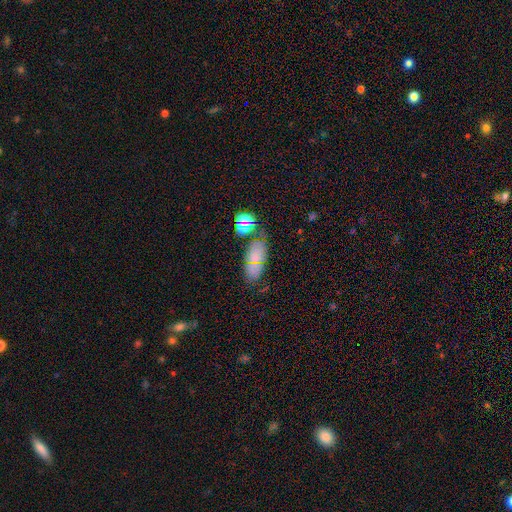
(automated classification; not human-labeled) Smooth or featured?
  - smooth: 67% *
  - star or artifact: 19%
  - featured or disk: 13%
How rounded?
  - in between: 88% *
  - cigar-shaped: 7%
  - round: 5%
Merging?
  - none: 75% *
  - minor disturbance: 15%
  - merger: 6%
  - major disturbance: 5%